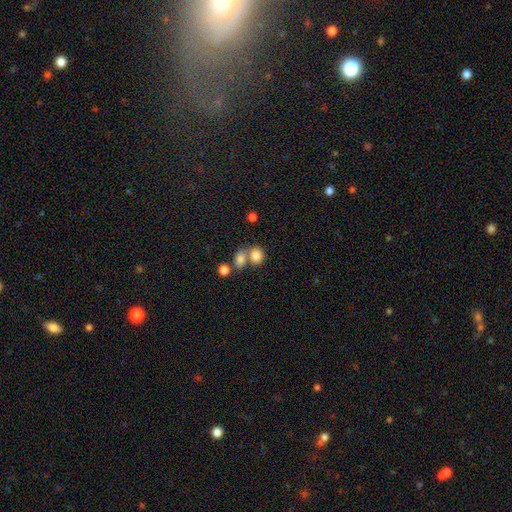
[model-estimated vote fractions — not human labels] This appears to be a smooth galaxy with no disk features (81%) that is round (57%). Merging: merger (44%).